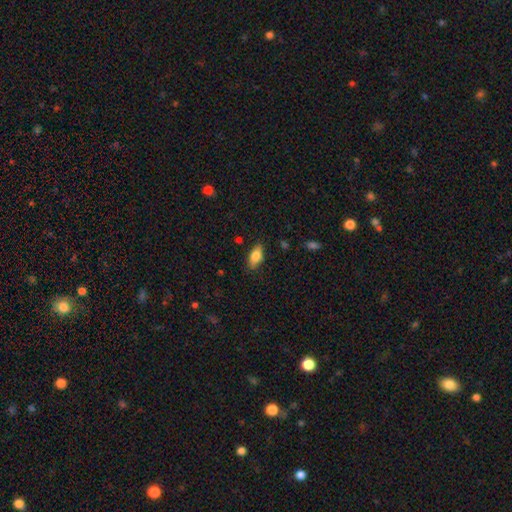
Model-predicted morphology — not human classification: Smooth or featured?
  - smooth: 76% *
  - featured or disk: 17%
  - star or artifact: 7%
How rounded?
  - in between: 84% *
  - cigar-shaped: 12%
  - round: 4%
Merging?
  - none: 83% *
  - minor disturbance: 13%
  - major disturbance: 3%
  - merger: 1%